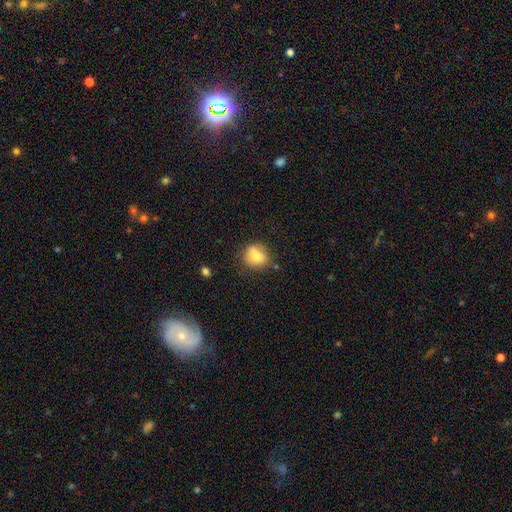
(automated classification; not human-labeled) smooth-or-featured: smooth: 76% | featured or disk: 14% | star or artifact: 9%
  how-rounded: round: 53% | in between: 44% | cigar-shaped: 3%
  merging: none: 66% | minor disturbance: 23% | major disturbance: 7% | merger: 5%